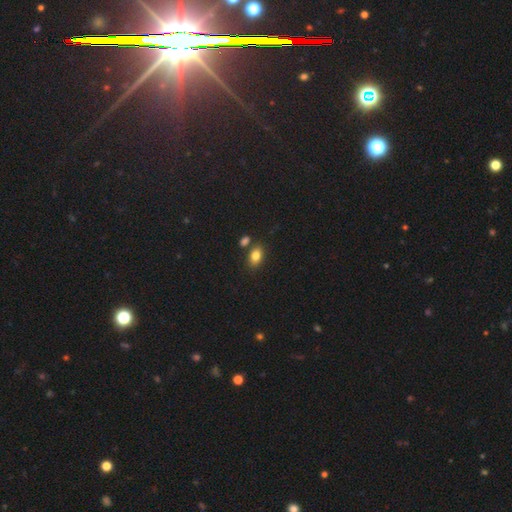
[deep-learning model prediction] Overall: smooth (82%). How rounded: in between (80%). Merging: none (72%).